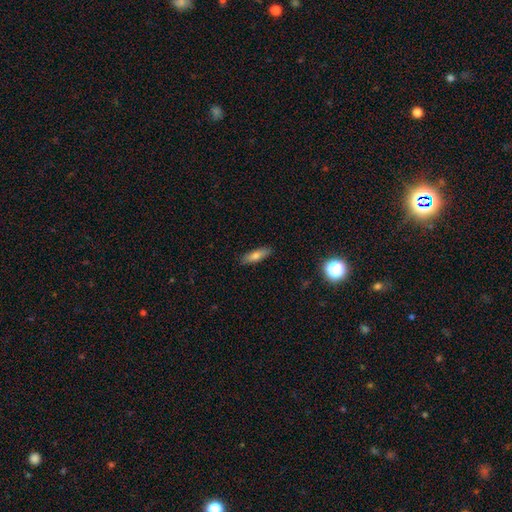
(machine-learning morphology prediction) Smooth or featured? smooth (75%)
How rounded? cigar-shaped (53%)
Merging? none (87%)